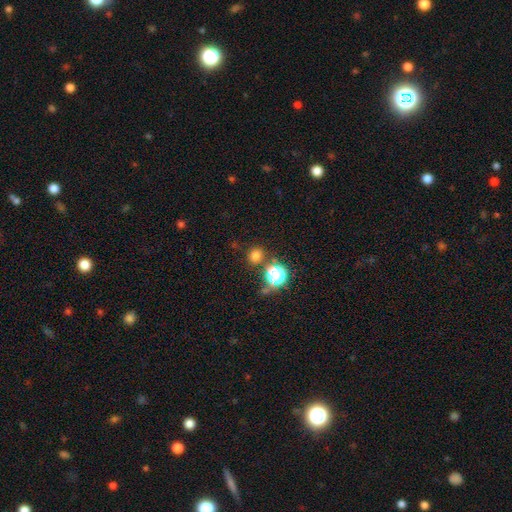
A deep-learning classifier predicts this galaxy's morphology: A smooth galaxy with no disk features (73%) that is round (80%).

Vote fractions:
- Smooth or featured? smooth: 73% / star or artifact: 22% / featured or disk: 5%
- How rounded? round: 80% / in between: 19% / cigar-shaped: 1%
- Merging? none: 77% / merger: 10% / minor disturbance: 9% / major disturbance: 4%